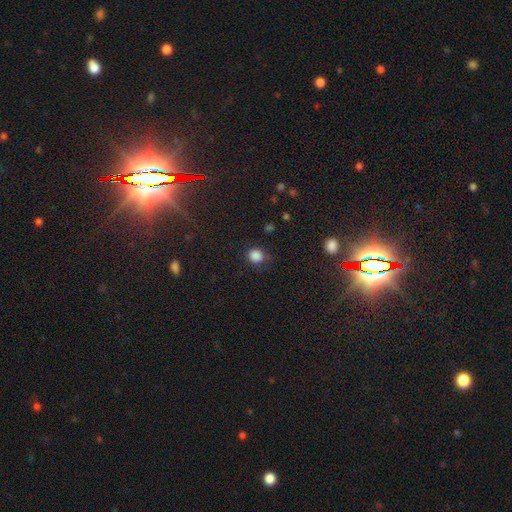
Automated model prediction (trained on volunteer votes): A smooth galaxy with no disk features (84%) that is round (85%).

Vote fractions:
- Smooth or featured? smooth: 84% / star or artifact: 13% / featured or disk: 4%
- How rounded? round: 85% / in between: 14% / cigar-shaped: 1%
- Merging? none: 77% / minor disturbance: 16% / major disturbance: 6% / merger: 2%